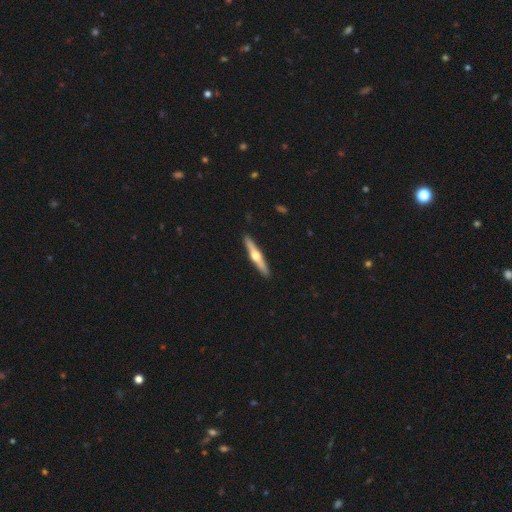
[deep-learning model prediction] Smooth or featured: featured or disk — 65% (smooth — 31%)
Edge-on disk: yes — 97% (no — 3%)
Edge-on bulge: rounded — 94% (none — 3%)
Merging: none — 92% (minor disturbance — 6%)